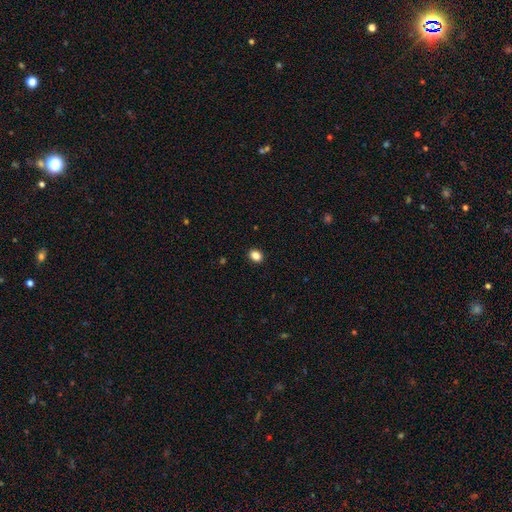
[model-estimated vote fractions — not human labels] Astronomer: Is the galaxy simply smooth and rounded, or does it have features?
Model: smooth — 86%.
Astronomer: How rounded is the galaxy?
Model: in between — 58% (runner-up: round, 41%).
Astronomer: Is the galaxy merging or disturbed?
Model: none — 91%.